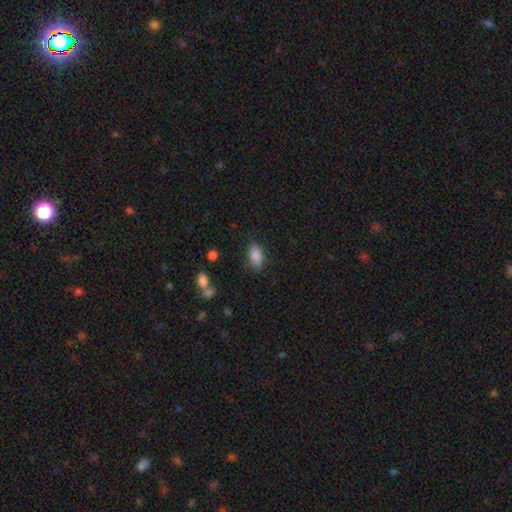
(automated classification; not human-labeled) Smooth or featured: smooth — 87% (star or artifact — 8%)
How rounded: in between — 91% (round — 5%)
Merging: none — 81% (minor disturbance — 13%)